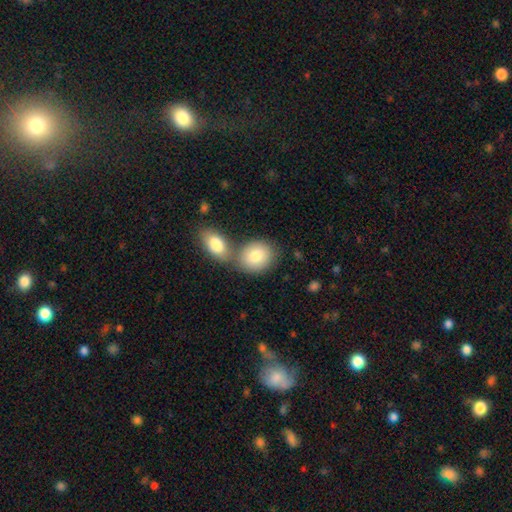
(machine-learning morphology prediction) The model was most divided on "merging": none: 46%, merger: 42%, minor disturbance: 9%, major disturbance: 3%. More confident: smooth or featured — smooth (82%); how rounded — round (60%).